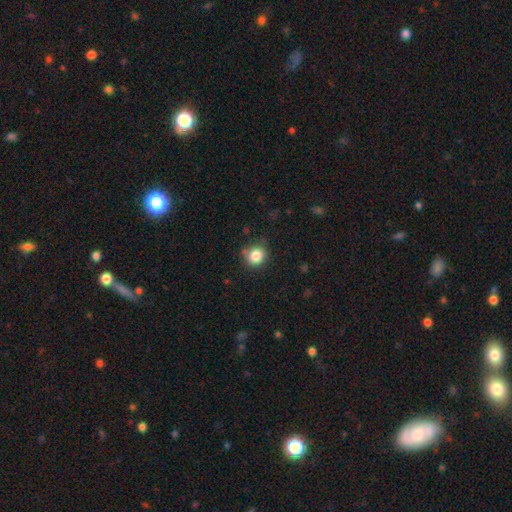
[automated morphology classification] This appears to be a smooth galaxy with no disk features (83%) that is round (83%). Merging: none (79%).